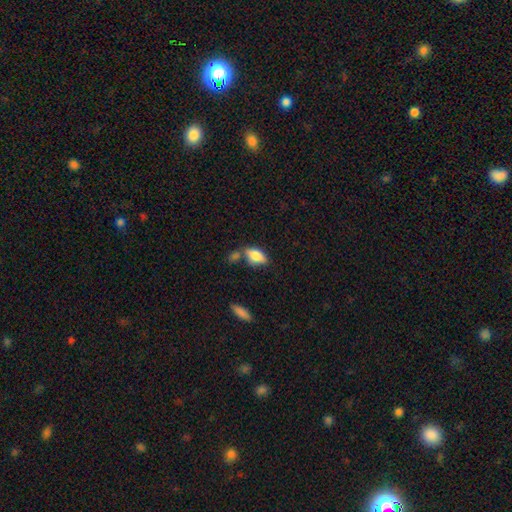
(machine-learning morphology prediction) smooth-or-featured: smooth: 79% | featured or disk: 13% | star or artifact: 8%
  how-rounded: in between: 88% | cigar-shaped: 7% | round: 5%
  merging: none: 53% | merger: 22% | minor disturbance: 19% | major disturbance: 6%